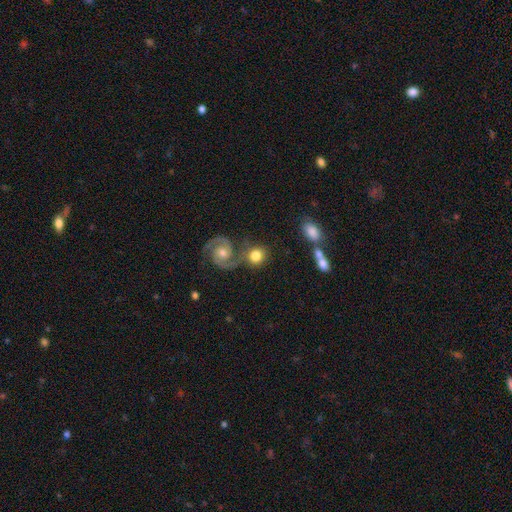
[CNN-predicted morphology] type=smooth (54%); roundness=round (79%); merging=none (57%).